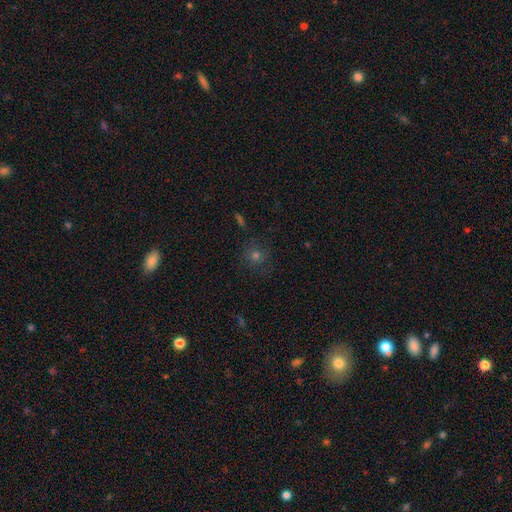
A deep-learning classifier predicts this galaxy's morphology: This is possibly a smooth galaxy (56%). How rounded: clearly round (90%). Merging: clearly none (82%).